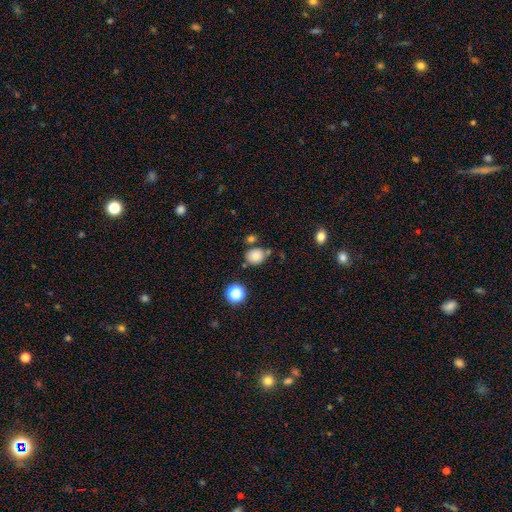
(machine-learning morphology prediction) smooth-or-featured: smooth: 82% | star or artifact: 12% | featured or disk: 6%
  how-rounded: round: 68% | in between: 31% | cigar-shaped: 1%
  merging: none: 69% | minor disturbance: 16% | merger: 11% | major disturbance: 4%